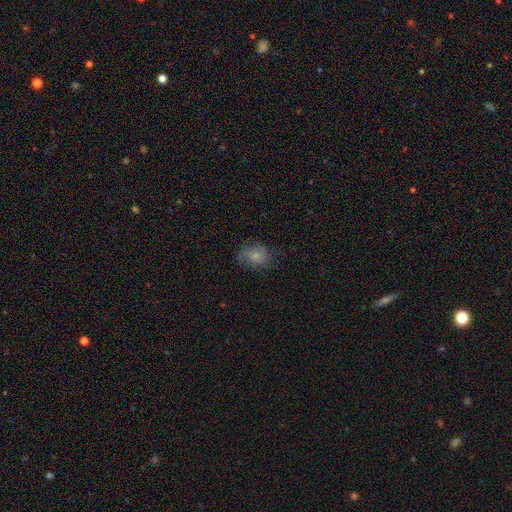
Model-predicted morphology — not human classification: A smooth galaxy with no disk features (76%) that is in between round and cigar-shaped (56%).

Vote fractions:
- Smooth or featured? smooth: 76% / featured or disk: 14% / star or artifact: 10%
- How rounded? in between: 56% / round: 43% / cigar-shaped: 1%
- Merging? none: 65% / minor disturbance: 24% / major disturbance: 9% / merger: 1%